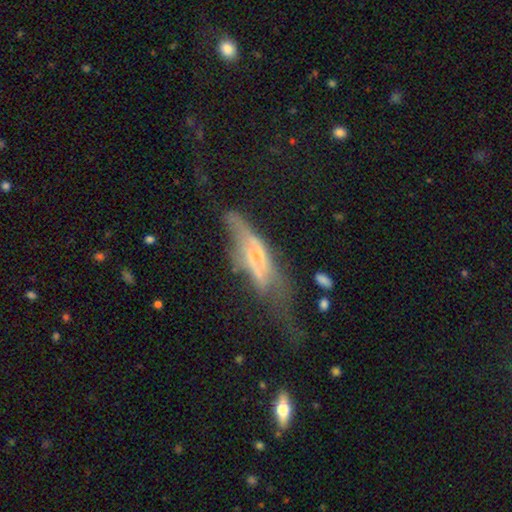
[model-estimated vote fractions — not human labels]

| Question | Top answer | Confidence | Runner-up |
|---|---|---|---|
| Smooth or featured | featured or disk | 64% | smooth (25%) |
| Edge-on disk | yes | 70% | no (30%) |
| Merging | none | 36% | major disturbance (33%) |